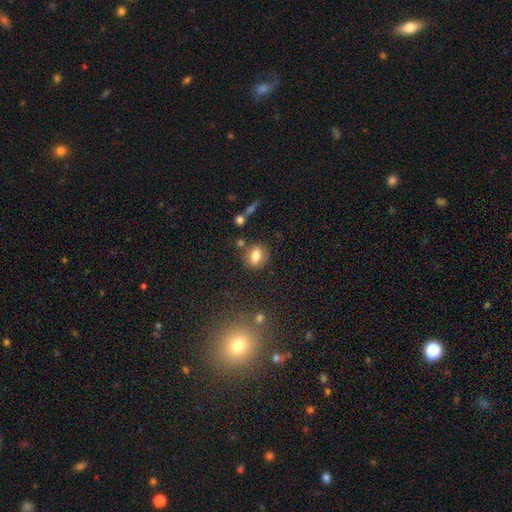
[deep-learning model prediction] Morphology: type=smooth (77%); roundness=in between (54%); merging=none (76%).